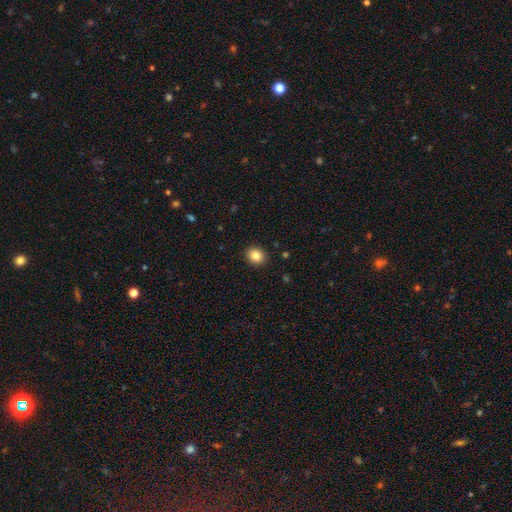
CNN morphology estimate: smooth_or_featured: smooth (p=0.84) [alt: star or artifact p=0.10]
how_rounded: round (p=0.71) [alt: in between p=0.28]
merging: none (p=0.92) [alt: minor disturbance p=0.06]